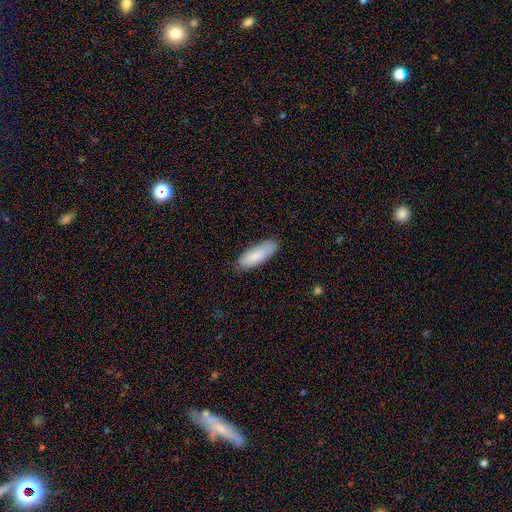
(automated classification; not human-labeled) Overall: smooth (84%). How rounded: in between (65%; cigar-shaped 33%). Merging: none (79%).